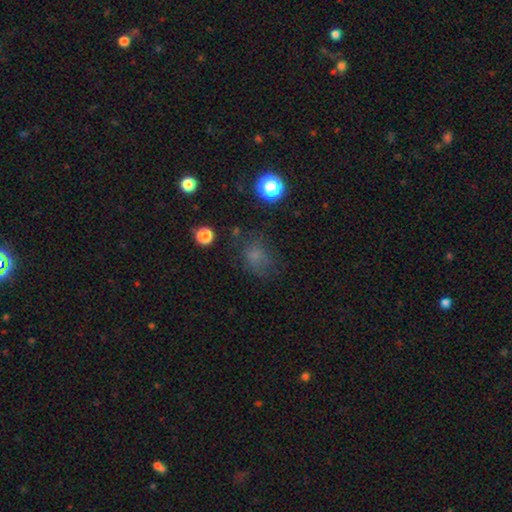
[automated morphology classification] This is likely a smooth galaxy (63%). How rounded: possibly round (52%). Merging: possibly none (58%).